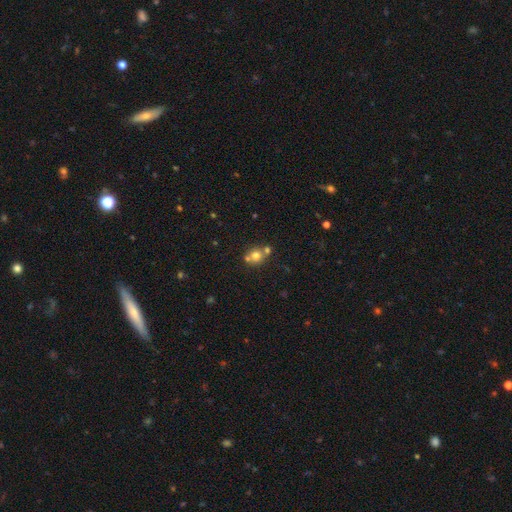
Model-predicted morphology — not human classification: Q: Smooth or featured?
A: smooth (70%); runner-up: star or artifact (15%)
Q: How rounded?
A: round (84%); runner-up: in between (15%)
Q: Merging?
A: none (53%); runner-up: merger (36%)